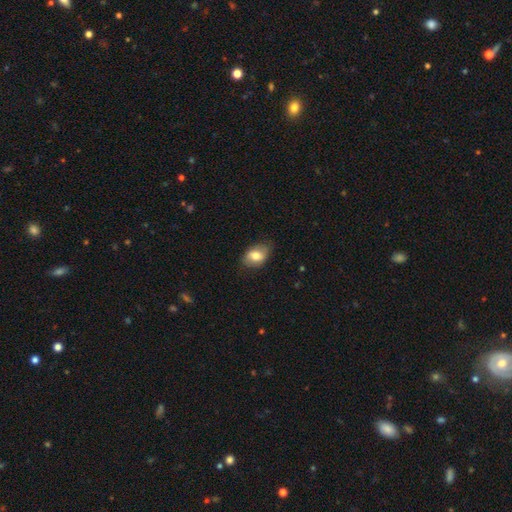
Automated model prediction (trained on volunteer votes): Morphology: type=smooth (75%); roundness=in between (86%); merging=none (75%).